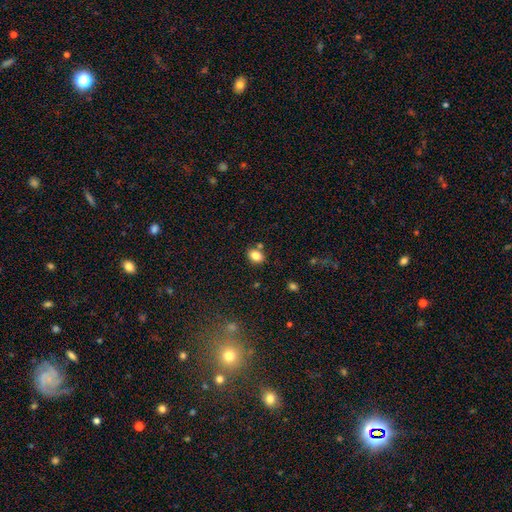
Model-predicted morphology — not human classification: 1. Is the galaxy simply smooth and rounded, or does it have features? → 83% smooth, 10% star or artifact, 7% featured or disk.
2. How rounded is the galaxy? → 67% in between, 32% round, 1% cigar-shaped.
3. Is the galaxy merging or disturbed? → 75% none, 12% minor disturbance, 10% merger, 3% major disturbance.